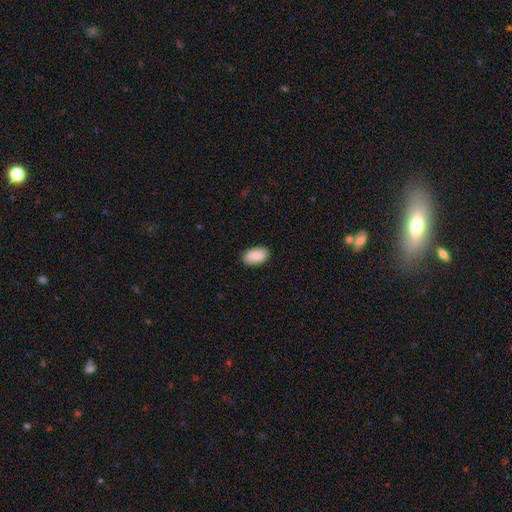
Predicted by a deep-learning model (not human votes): This is clearly a smooth galaxy (88%). How rounded: clearly in between (94%). Merging: clearly none (89%).